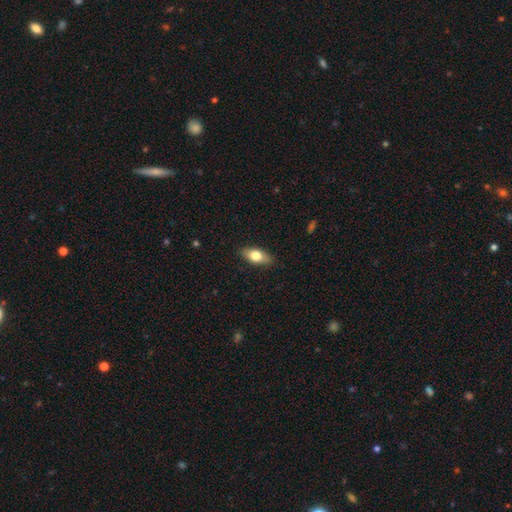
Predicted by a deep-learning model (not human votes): Smooth or featured: smooth — 74% (featured or disk — 20%)
How rounded: in between — 83% (cigar-shaped — 12%)
Merging: none — 87% (minor disturbance — 10%)